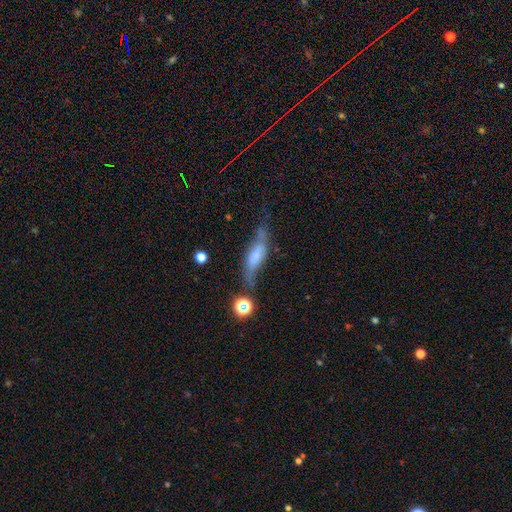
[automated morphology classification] type=featured or disk (52%); edge-on=no (54%); merging=none (45%).